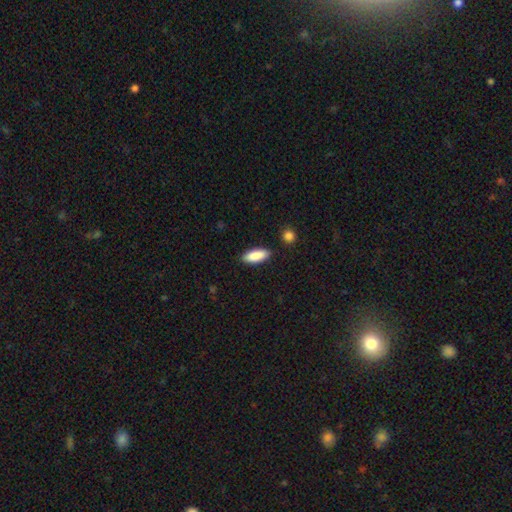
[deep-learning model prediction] This is clearly a smooth galaxy (88%). How rounded: likely in between (77%). Merging: clearly none (87%).